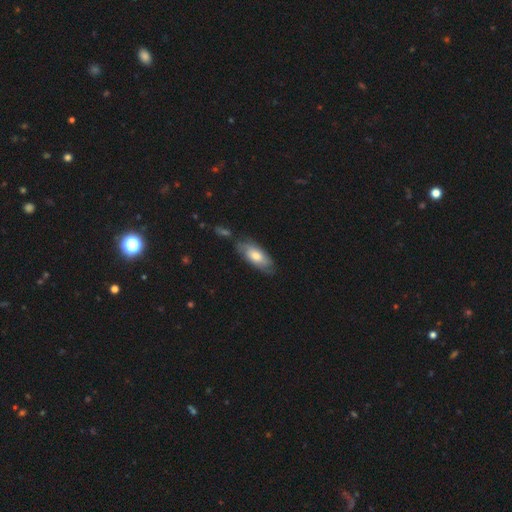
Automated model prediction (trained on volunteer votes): Smooth or featured? Predicted: smooth (p=0.60). How rounded? Predicted: in between (p=0.80). Merging? Predicted: none (p=0.71).